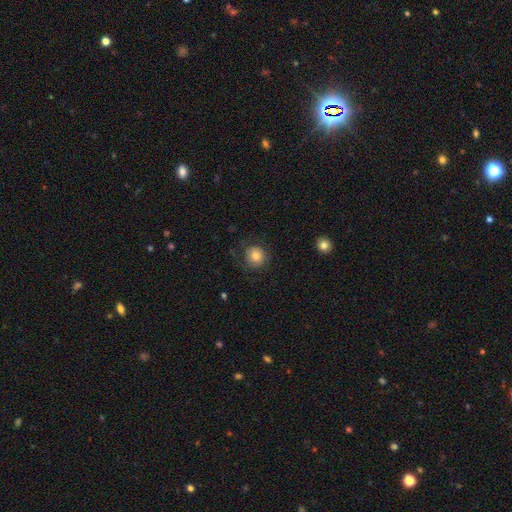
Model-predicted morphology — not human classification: A smooth galaxy with no disk features (78%) that is round (85%). Merging: none (72%).